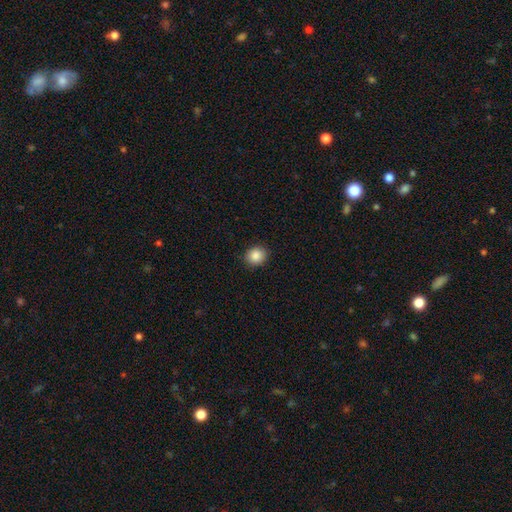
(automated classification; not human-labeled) Smooth or featured? Predicted: smooth (p=0.87). How rounded? Predicted: round (p=0.74). Merging? Predicted: none (p=0.90).